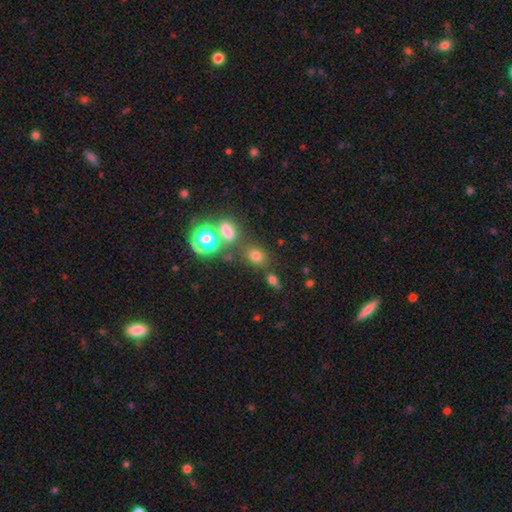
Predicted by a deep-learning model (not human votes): This is likely a smooth galaxy (67%). How rounded: possibly round (56%). Merging: likely none (68%).